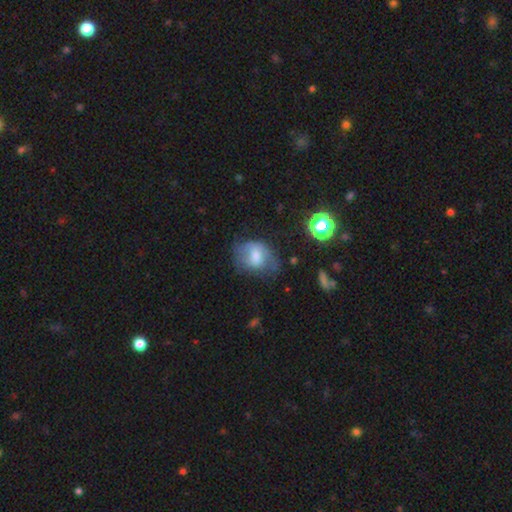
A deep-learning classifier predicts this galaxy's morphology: Overall: smooth (52%; featured or disk 38%). How rounded: in between (56%; round 43%). Merging: none (45%; minor disturbance 30%).